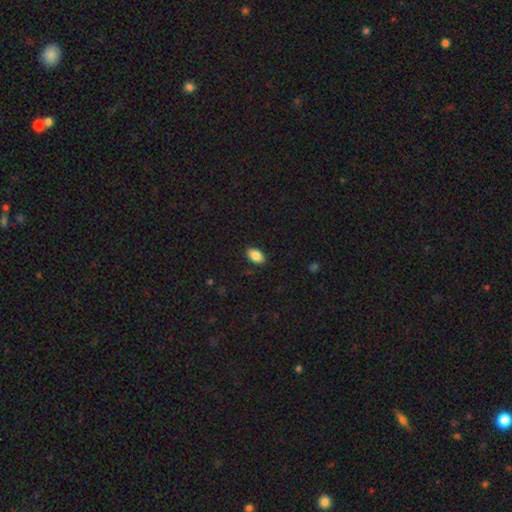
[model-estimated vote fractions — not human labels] A smooth galaxy with no disk features (86%) that is in between round and cigar-shaped (92%).

Vote fractions:
- Smooth or featured? smooth: 86% / star or artifact: 8% / featured or disk: 7%
- How rounded? in between: 92% / round: 7% / cigar-shaped: 2%
- Merging? none: 88% / minor disturbance: 9% / major disturbance: 2% / merger: 1%